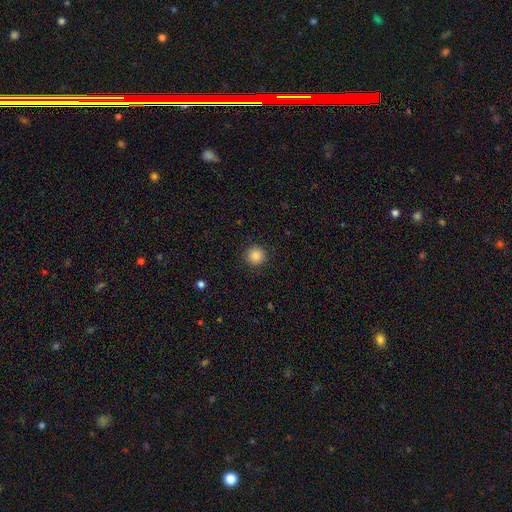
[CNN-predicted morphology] Smooth or featured: smooth — 86% (star or artifact — 10%)
How rounded: round — 95% (in between — 5%)
Merging: none — 91% (minor disturbance — 6%)